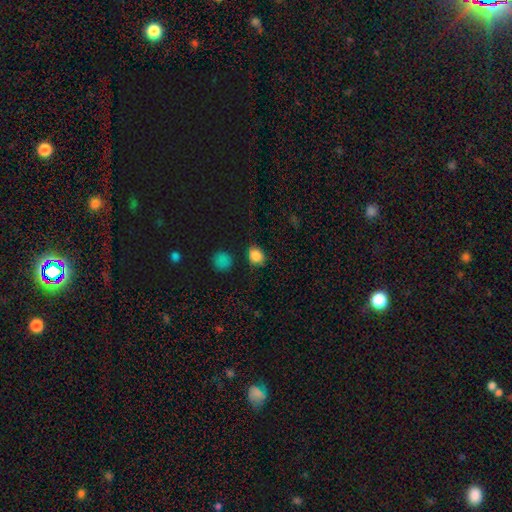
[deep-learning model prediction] Q: Smooth or featured?
A: smooth (83%); runner-up: star or artifact (12%)
Q: How rounded?
A: round (56%); runner-up: in between (43%)
Q: Merging?
A: none (79%); runner-up: minor disturbance (14%)